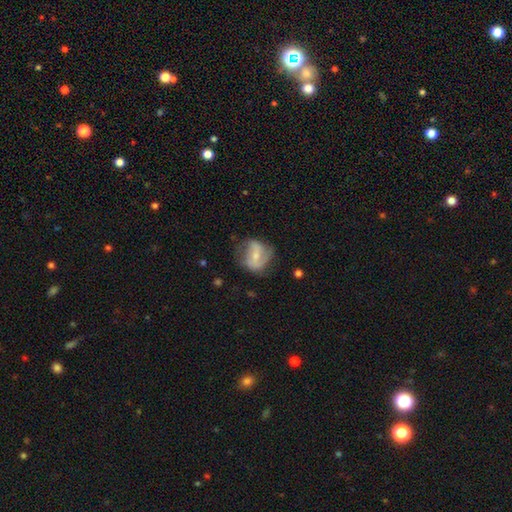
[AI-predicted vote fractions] smooth_or_featured: featured or disk (p=0.56) [alt: smooth p=0.37]
disk_edge_on: no (p=0.96) [alt: yes p=0.04]
bar: weak (p=0.38) [alt: no p=0.35]
has_spiral_arms: yes (p=0.73) [alt: no p=0.27]
bulge_size: small (p=0.53) [alt: moderate p=0.39]
merging: none (p=0.56) [alt: minor disturbance p=0.27]